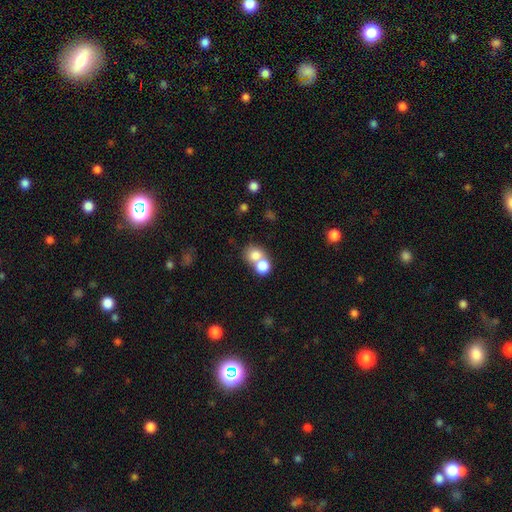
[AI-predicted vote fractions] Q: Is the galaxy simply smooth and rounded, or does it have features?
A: smooth — 78%.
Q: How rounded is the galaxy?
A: round — 69%.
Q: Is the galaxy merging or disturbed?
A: merger — 56%.